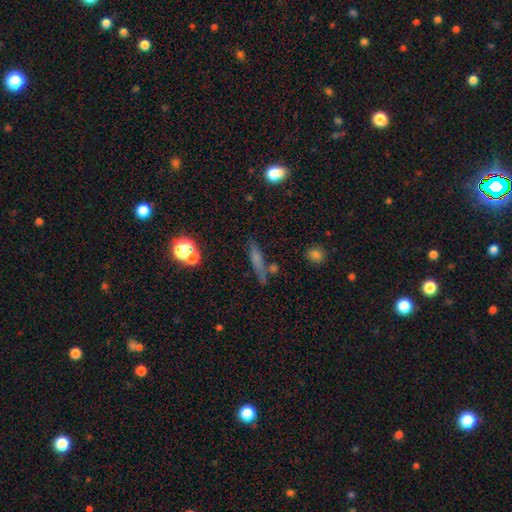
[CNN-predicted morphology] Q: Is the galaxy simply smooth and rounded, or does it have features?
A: smooth — 59%.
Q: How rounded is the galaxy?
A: cigar-shaped — 79%.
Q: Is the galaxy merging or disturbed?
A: none — 69%.